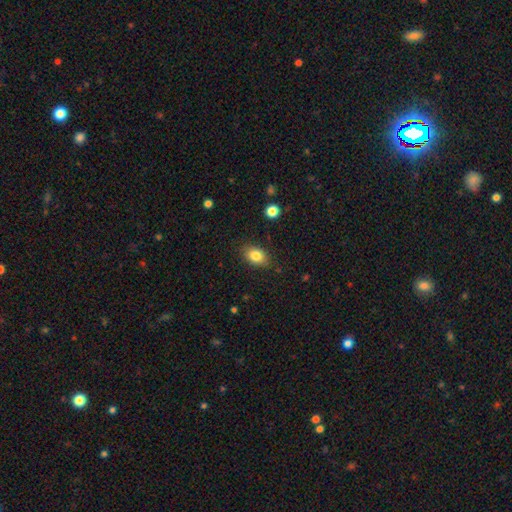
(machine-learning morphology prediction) Smooth or featured: smooth — 84% (star or artifact — 8%)
How rounded: in between — 82% (round — 16%)
Merging: none — 84% (minor disturbance — 12%)